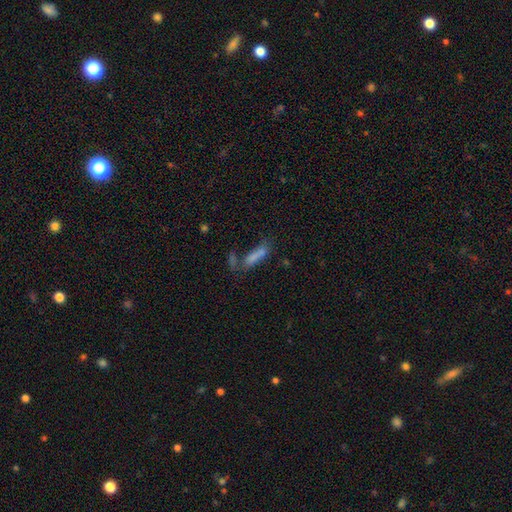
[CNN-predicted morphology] Smooth or featured: smooth — 74% (featured or disk — 14%)
How rounded: cigar-shaped — 64% (in between — 33%)
Merging: none — 44% (merger — 29%)